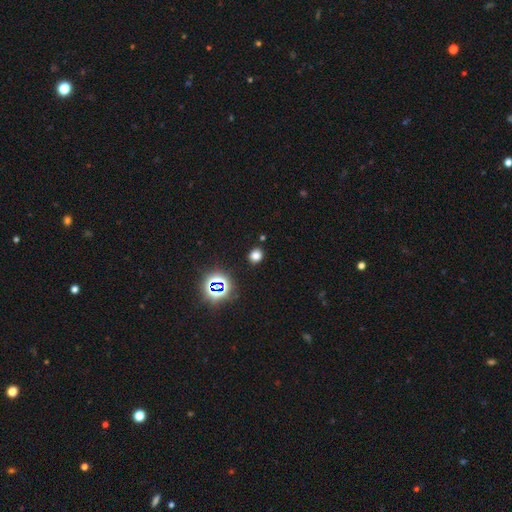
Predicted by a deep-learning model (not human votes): smooth-or-featured: smooth: 71% | star or artifact: 24% | featured or disk: 5%
  how-rounded: round: 74% | in between: 25% | cigar-shaped: 1%
  merging: none: 89% | minor disturbance: 7% | major disturbance: 2% | merger: 2%